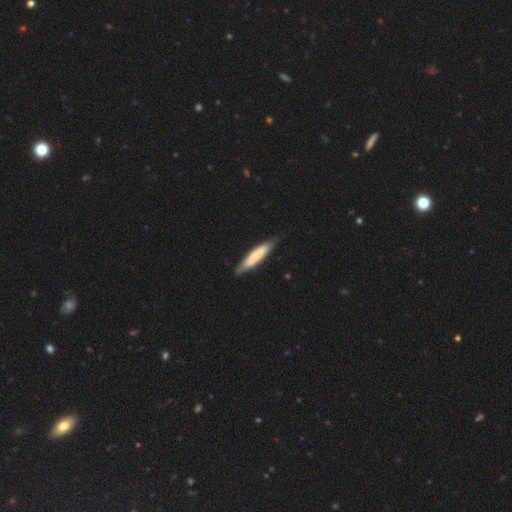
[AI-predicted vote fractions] Overall: smooth (55%; featured or disk 41%). How rounded: cigar-shaped (83%). Merging: none (77%).